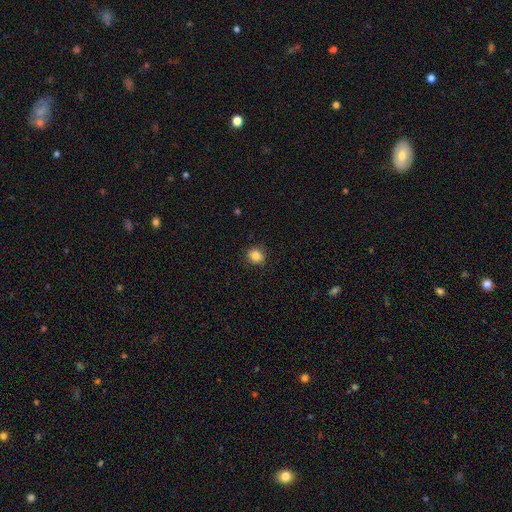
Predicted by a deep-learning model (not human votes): This appears to be a smooth galaxy with no disk features (85%) that is round (74%). Merging: none (86%).